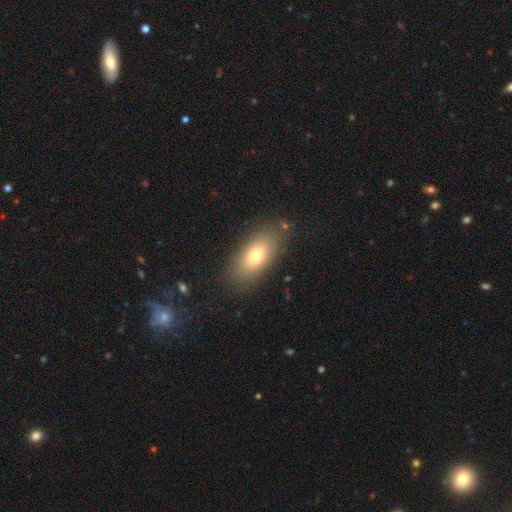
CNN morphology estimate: This is likely a smooth galaxy (71%). How rounded: clearly in between (84%). Merging: clearly none (82%).